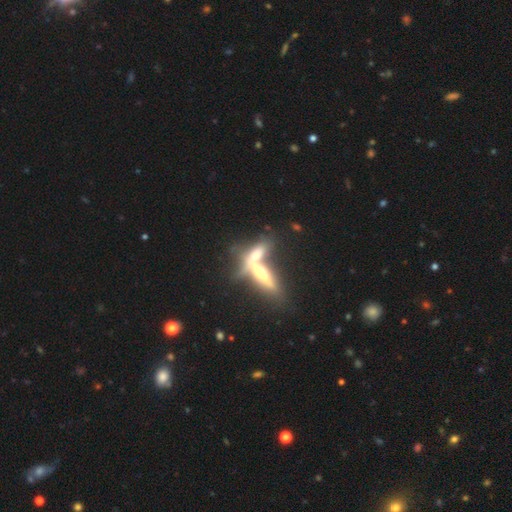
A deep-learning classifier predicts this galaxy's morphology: Smooth or featured?
  - featured or disk: 58% *
  - smooth: 34%
  - star or artifact: 8%
Edge-on disk?
  - yes: 77% *
  - no: 23%
Merging?
  - merger: 61% *
  - none: 26%
  - minor disturbance: 7%
  - major disturbance: 5%